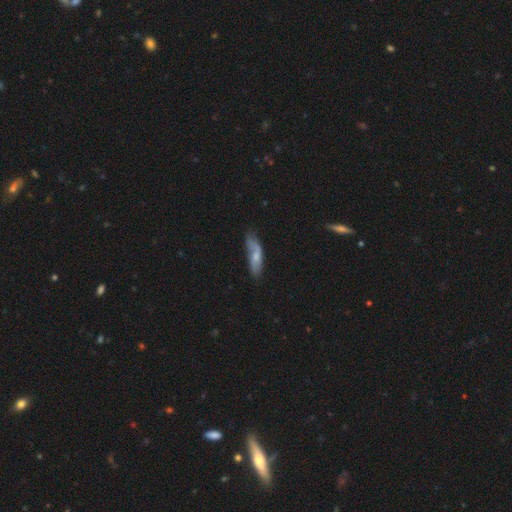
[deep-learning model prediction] Smooth or featured? Predicted: smooth (p=0.56). How rounded? Predicted: in between (p=0.50). Merging? Predicted: none (p=0.46).